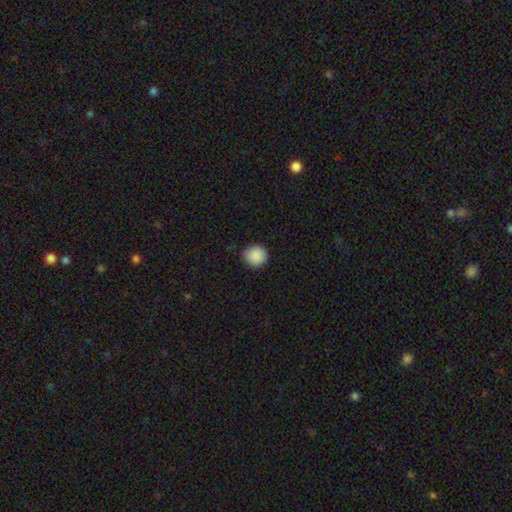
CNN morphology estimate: This appears to be a smooth galaxy with no disk features (89%) that is round (93%). Merging: none (89%).